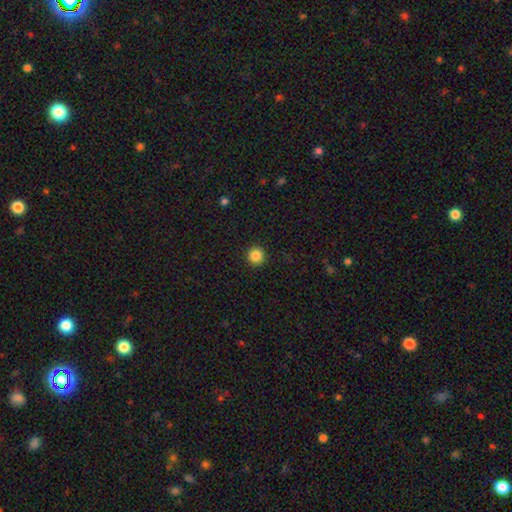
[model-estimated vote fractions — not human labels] This is clearly a smooth galaxy (86%). How rounded: clearly round (96%). Merging: clearly none (93%).